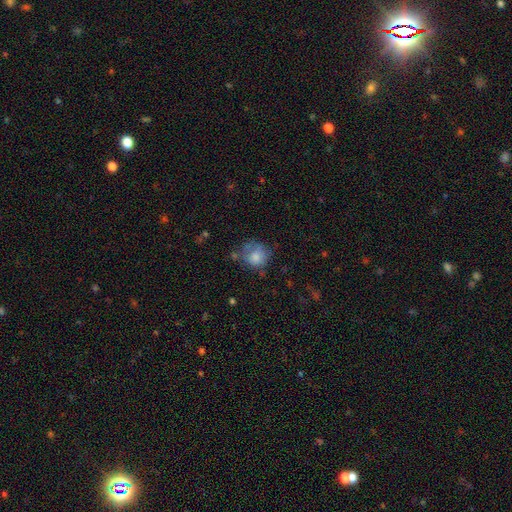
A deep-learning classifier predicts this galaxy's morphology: smooth 75%, featured or disk 16%, star or artifact 9%. Down the decision tree: how rounded — round (80%); merging — none (51%).